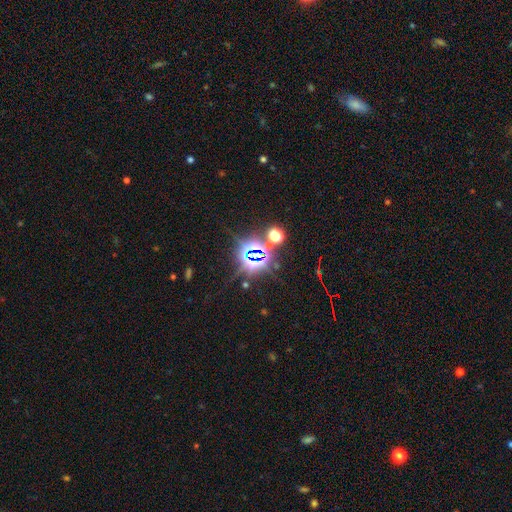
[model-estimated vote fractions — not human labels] This is clearly a star or artifact rather than a galaxy (82%).